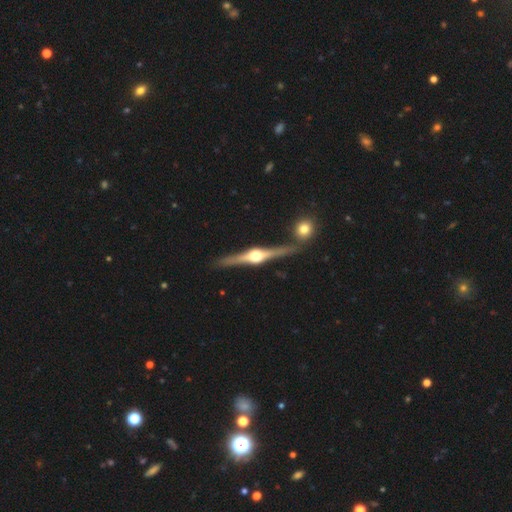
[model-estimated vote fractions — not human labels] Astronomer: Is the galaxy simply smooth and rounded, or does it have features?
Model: featured or disk — 87%.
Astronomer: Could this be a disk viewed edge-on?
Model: yes — 98%.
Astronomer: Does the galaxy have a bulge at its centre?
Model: rounded — 94%.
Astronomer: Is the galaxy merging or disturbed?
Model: none — 85%.